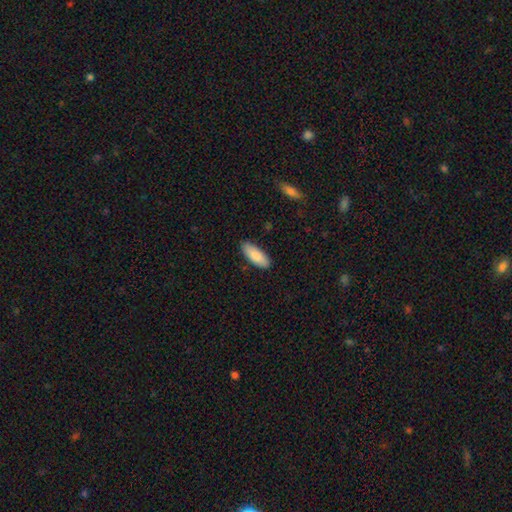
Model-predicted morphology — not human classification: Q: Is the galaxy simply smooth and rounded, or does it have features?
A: smooth — 87%.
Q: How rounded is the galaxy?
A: in between — 76%.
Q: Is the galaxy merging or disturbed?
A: none — 87%.